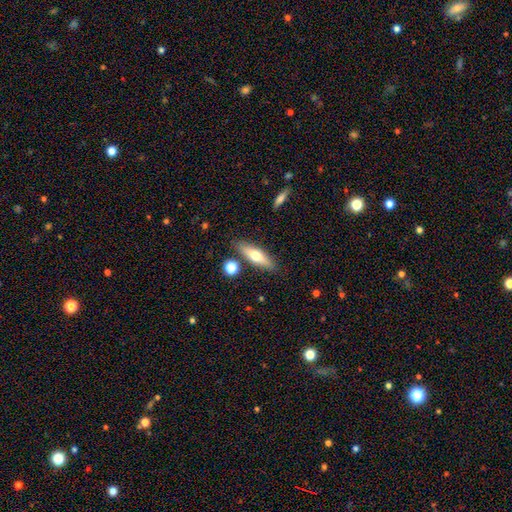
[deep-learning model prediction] Smooth or featured? Predicted: smooth (p=0.54). How rounded? Predicted: cigar-shaped (p=0.53). Merging? Predicted: none (p=0.82).